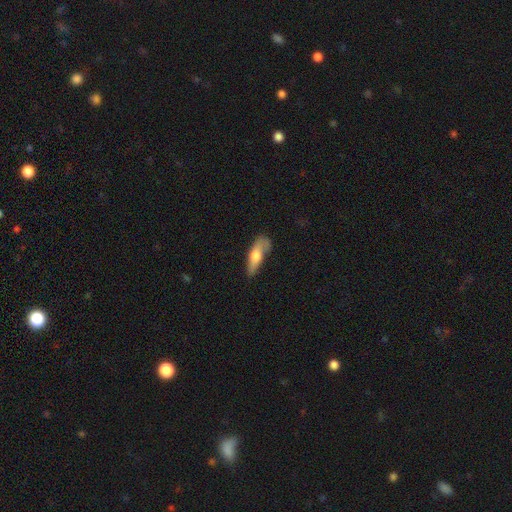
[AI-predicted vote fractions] Smooth or featured: smooth — 62% (featured or disk — 32%)
How rounded: in between — 56% (cigar-shaped — 41%)
Merging: none — 46% (minor disturbance — 31%)